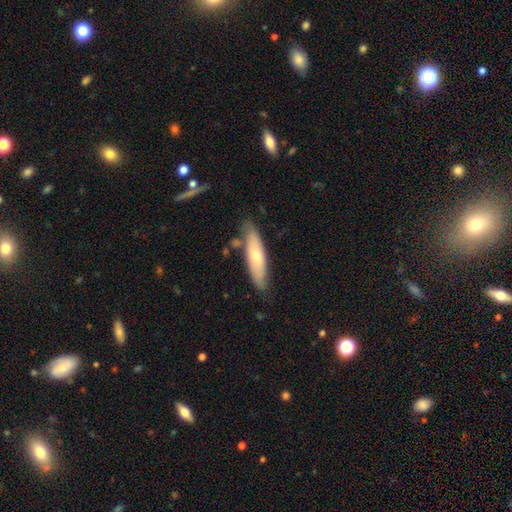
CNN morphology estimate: smooth 60%, featured or disk 34%, star or artifact 6%. Down the decision tree: how rounded — cigar-shaped (68%); merging — none (77%).